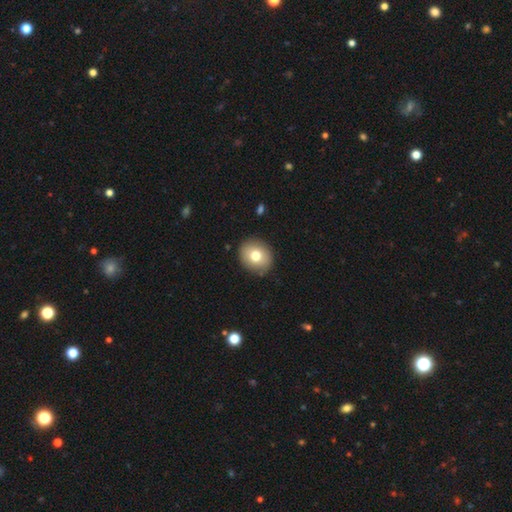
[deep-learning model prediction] Q: Smooth or featured?
A: smooth (75%); runner-up: featured or disk (16%)
Q: How rounded?
A: round (72%); runner-up: in between (27%)
Q: Merging?
A: none (88%); runner-up: minor disturbance (8%)